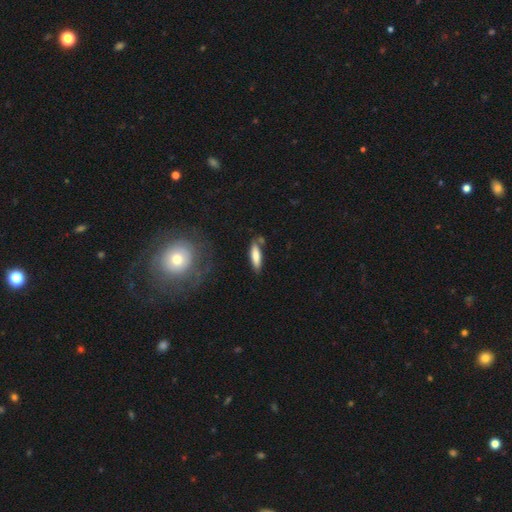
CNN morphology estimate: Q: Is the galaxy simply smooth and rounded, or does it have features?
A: smooth — 77%.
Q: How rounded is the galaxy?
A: cigar-shaped — 65%.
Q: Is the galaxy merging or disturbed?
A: none — 74%.